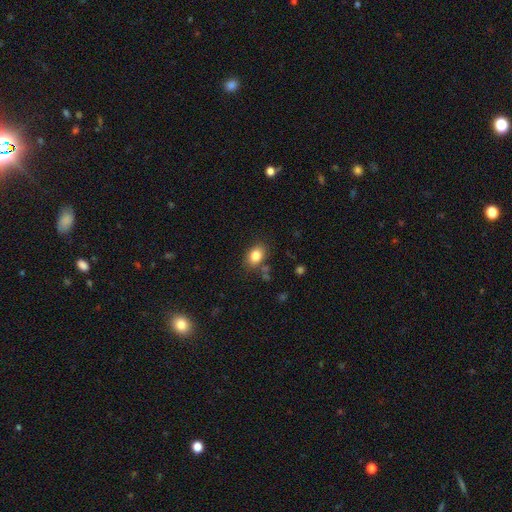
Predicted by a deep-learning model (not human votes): The model was most divided on "how rounded": in between: 69%, round: 30%, cigar-shaped: 1%. More confident: smooth or featured — smooth (83%); merging — none (78%).